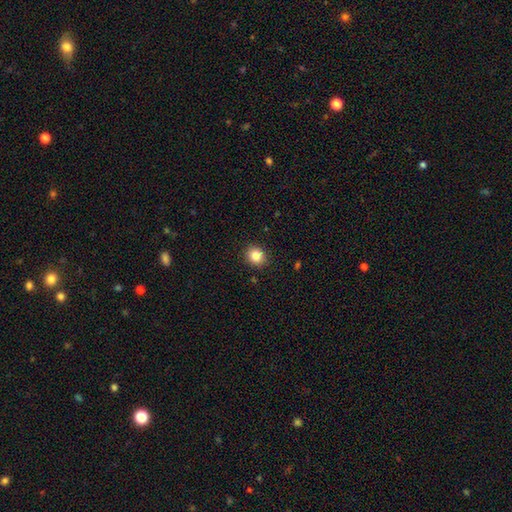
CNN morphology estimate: This is clearly a smooth galaxy (84%). How rounded: likely round (78%). Merging: clearly none (90%).